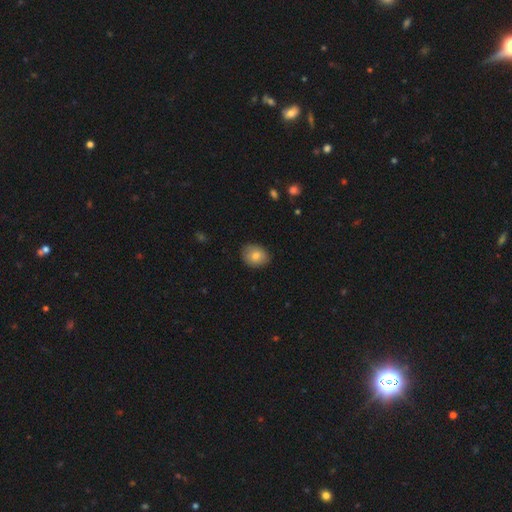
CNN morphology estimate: Overall: smooth (80%). How rounded: in between (50%; round 49%). Merging: none (81%).